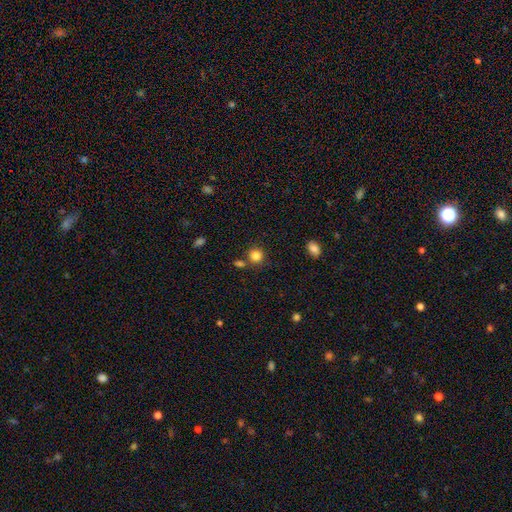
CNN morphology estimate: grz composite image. It shows a smooth galaxy with no disk features (84%) that is round (89%). Merging: none (76%).